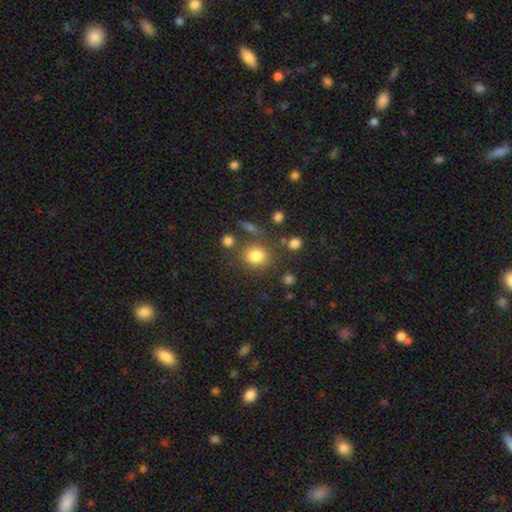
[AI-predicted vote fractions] Smooth or featured: smooth — 80% (star or artifact — 12%)
How rounded: round — 80% (in between — 19%)
Merging: none — 73% (minor disturbance — 12%)